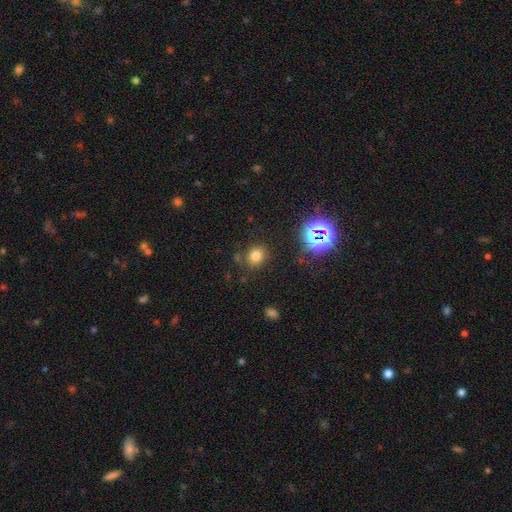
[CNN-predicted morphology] The model was most divided on "how rounded": round: 74%, in between: 25%, cigar-shaped: 1%. More confident: merging — none (79%); smooth or featured — smooth (73%).